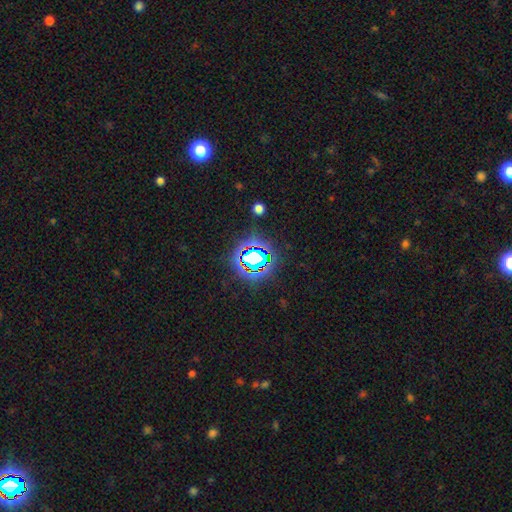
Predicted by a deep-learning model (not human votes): Smooth or featured?
  - star or artifact: 71% *
  - smooth: 18%
  - featured or disk: 11%